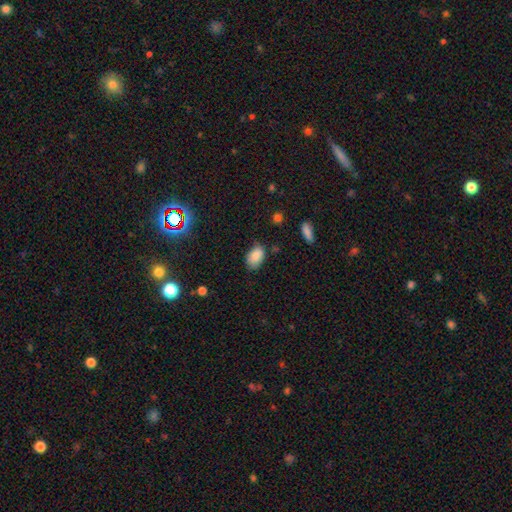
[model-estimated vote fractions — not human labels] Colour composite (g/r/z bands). It shows a smooth galaxy with no disk features (85%) that is in between round and cigar-shaped (89%). Merging: none (69%).